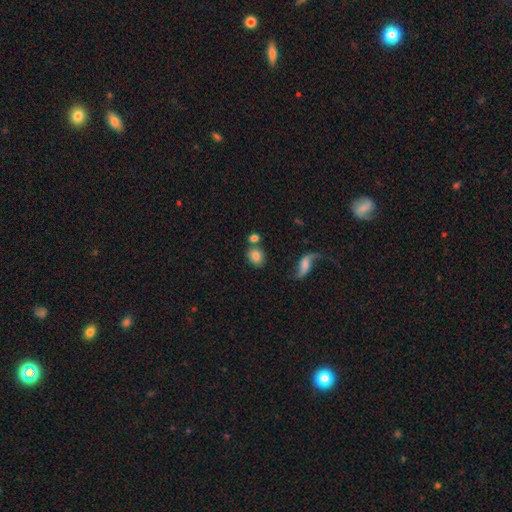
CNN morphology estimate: This appears to be a smooth galaxy with no disk features (78%) that is round (54%). Merging: none (66%).